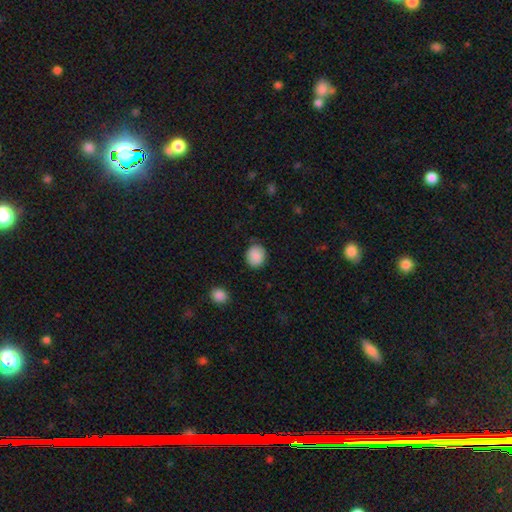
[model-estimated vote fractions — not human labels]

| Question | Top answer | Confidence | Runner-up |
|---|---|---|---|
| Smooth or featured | smooth | 88% | star or artifact (8%) |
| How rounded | round | 76% | in between (23%) |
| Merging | none | 83% | minor disturbance (13%) |